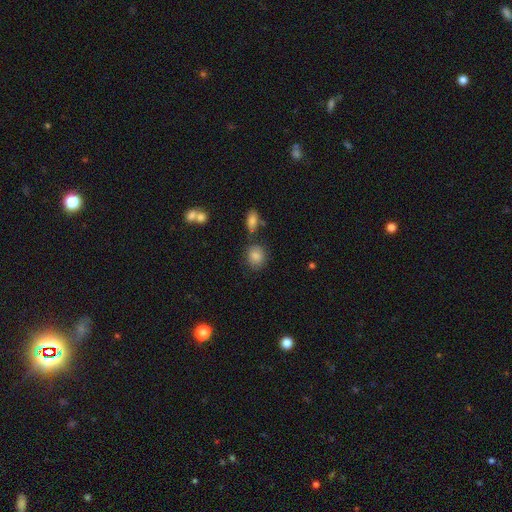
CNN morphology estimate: Q: Smooth or featured?
A: smooth (84%); runner-up: star or artifact (9%)
Q: How rounded?
A: round (64%); runner-up: in between (35%)
Q: Merging?
A: none (76%); runner-up: minor disturbance (14%)